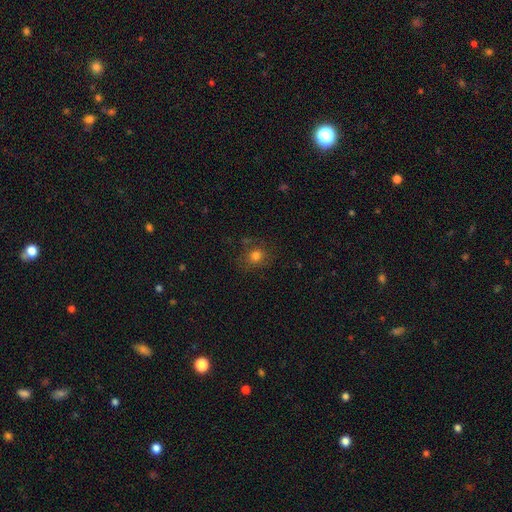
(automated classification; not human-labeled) Smooth or featured? smooth (76%)
How rounded? round (71%)
Merging? none (76%)